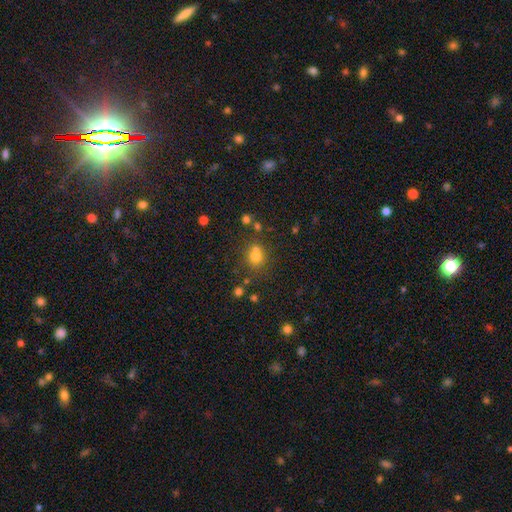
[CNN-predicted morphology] The model was most divided on "merging": none: 52%, merger: 33%, minor disturbance: 10%, major disturbance: 4%. More confident: how rounded — round (76%); smooth or featured — smooth (65%).